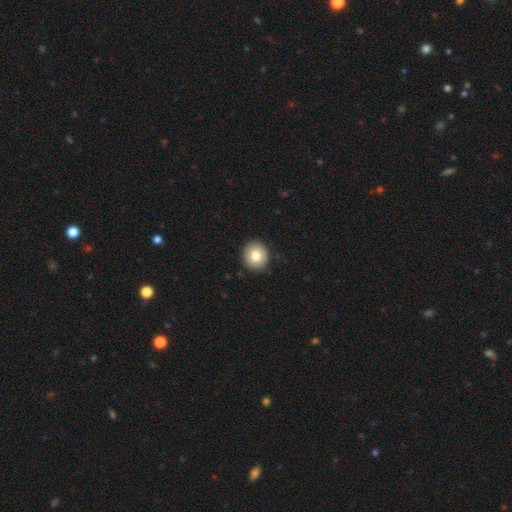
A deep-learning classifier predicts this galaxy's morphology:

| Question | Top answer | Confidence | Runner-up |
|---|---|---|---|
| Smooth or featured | smooth | 79% | featured or disk (12%) |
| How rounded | round | 88% | in between (11%) |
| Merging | none | 90% | minor disturbance (7%) |